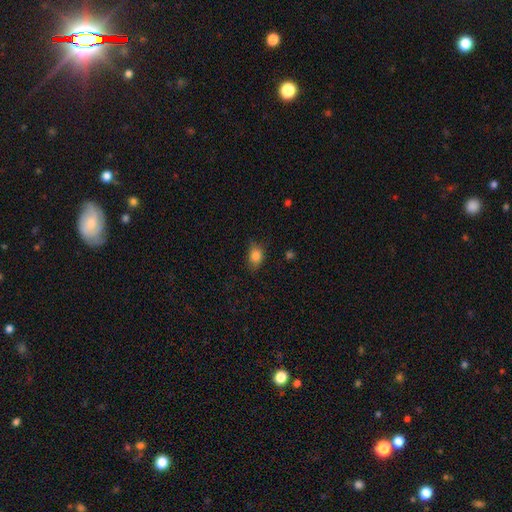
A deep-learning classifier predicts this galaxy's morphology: Smooth or featured: smooth — 84% (star or artifact — 9%)
How rounded: in between — 71% (round — 27%)
Merging: none — 64% (minor disturbance — 28%)